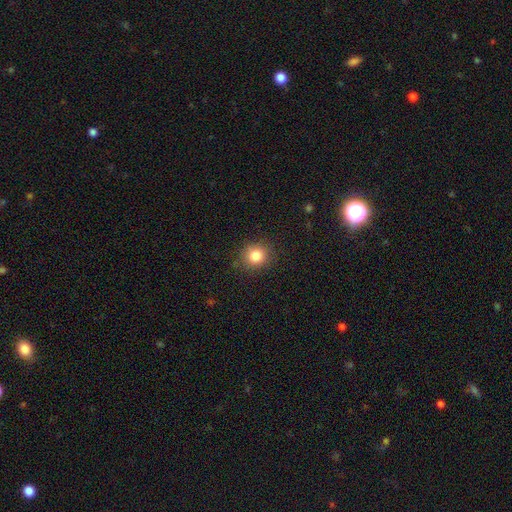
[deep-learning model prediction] Smooth or featured? smooth (83%)
How rounded? round (83%)
Merging? none (86%)